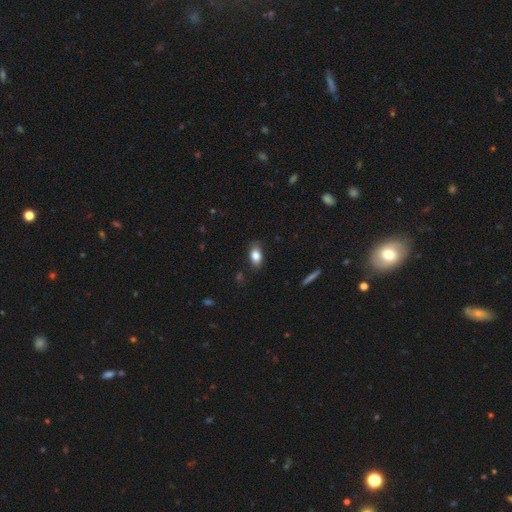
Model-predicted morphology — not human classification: Overall: smooth (82%). How rounded: in between (87%). Merging: none (81%).